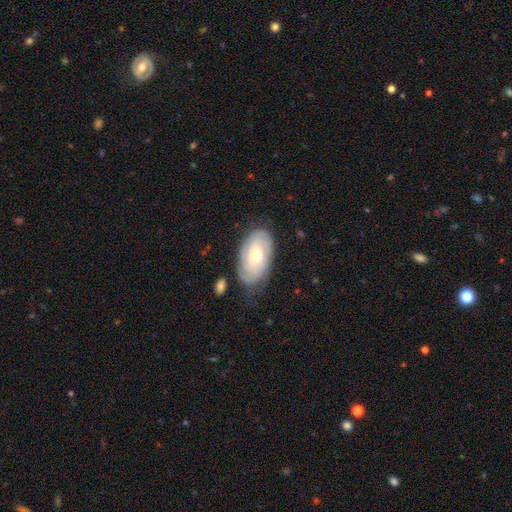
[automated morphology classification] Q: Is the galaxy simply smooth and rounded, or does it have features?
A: featured or disk — 64%.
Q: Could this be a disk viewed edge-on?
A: no — 94%.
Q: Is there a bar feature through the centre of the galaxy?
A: no — 73%.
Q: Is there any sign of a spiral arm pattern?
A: yes — 85%.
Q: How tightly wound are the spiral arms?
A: tight — 69%.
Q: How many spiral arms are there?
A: can't tell — 49%.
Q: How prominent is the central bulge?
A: small — 48%, tied with moderate.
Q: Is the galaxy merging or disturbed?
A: none — 72%.